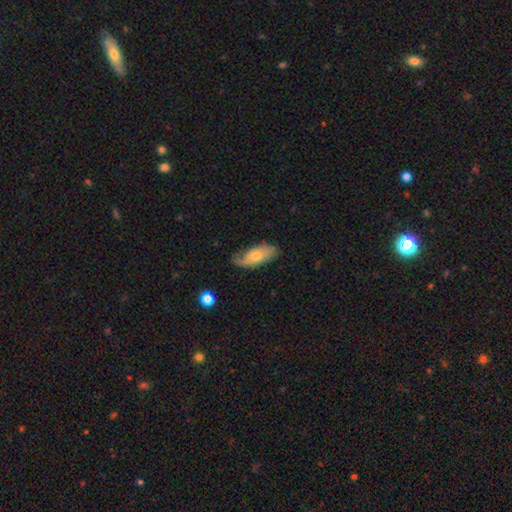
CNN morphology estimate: smooth_or_featured: smooth (p=0.53) [alt: featured or disk p=0.40]
how_rounded: in between (p=0.82) [alt: cigar-shaped p=0.15]
merging: none (p=0.63) [alt: minor disturbance p=0.27]